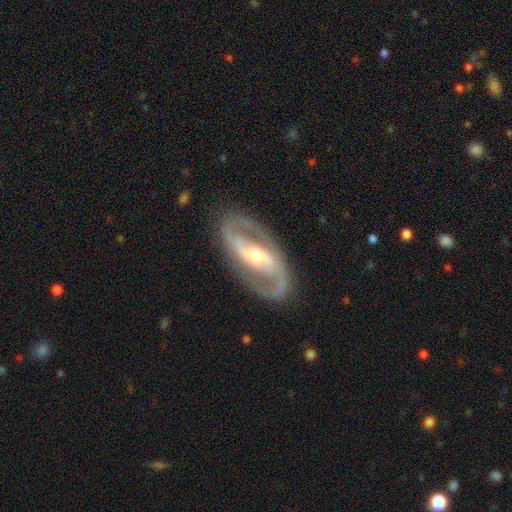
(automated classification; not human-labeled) smooth-or-featured: featured or disk: 90% | smooth: 6% | star or artifact: 4%
  disk-edge-on: no: 95% | yes: 5%
    bar: strong: 42% | weak: 34% | no: 23%
    has-spiral-arms: yes: 94% | no: 6%
      spiral-winding: medium: 54% | tight: 25% | loose: 20%
      spiral-arm-count: 2: 92% | can't tell: 3% | 1: 2% | 3: 1% | 4: 1% | more than 4: 1%
    bulge-size: moderate: 56% | small: 38% | large: 4% | none: 1% | dominant: 1%
  merging: none: 85% | minor disturbance: 10% | major disturbance: 4% | merger: 1%